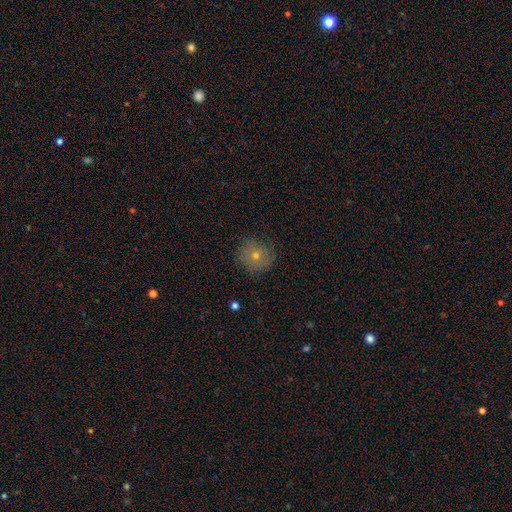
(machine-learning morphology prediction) Smooth or featured?
  - smooth: 57% *
  - featured or disk: 25%
  - star or artifact: 17%
How rounded?
  - round: 91% *
  - in between: 8%
  - cigar-shaped: 1%
Merging?
  - none: 81% *
  - minor disturbance: 14%
  - major disturbance: 4%
  - merger: 1%